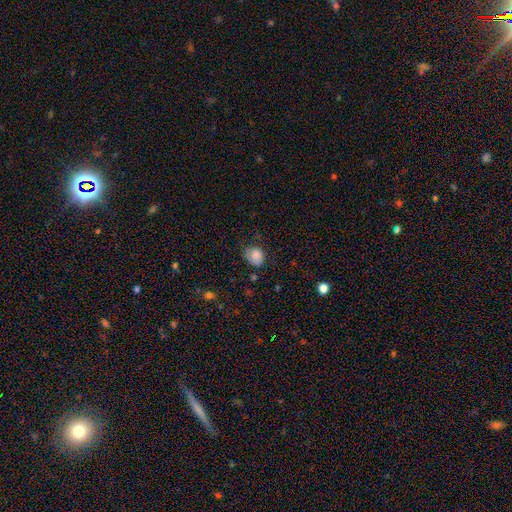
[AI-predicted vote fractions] Smooth or featured?
  - smooth: 83% *
  - star or artifact: 9%
  - featured or disk: 8%
How rounded?
  - round: 53% *
  - in between: 46%
  - cigar-shaped: 1%
Merging?
  - none: 51% *
  - minor disturbance: 34%
  - major disturbance: 12%
  - merger: 3%